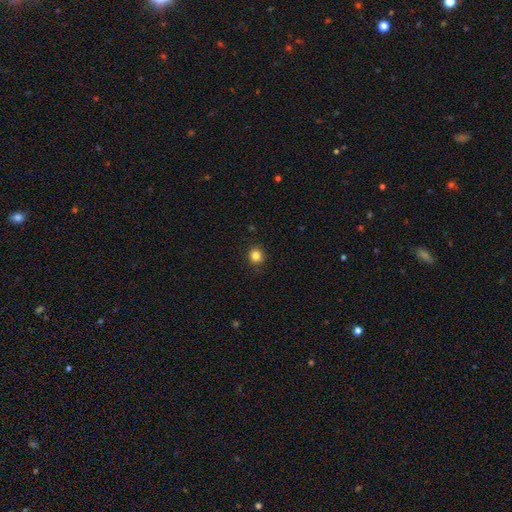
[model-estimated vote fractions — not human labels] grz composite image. It shows a smooth galaxy with no disk features (84%) that is round (84%). Merging: none (91%).